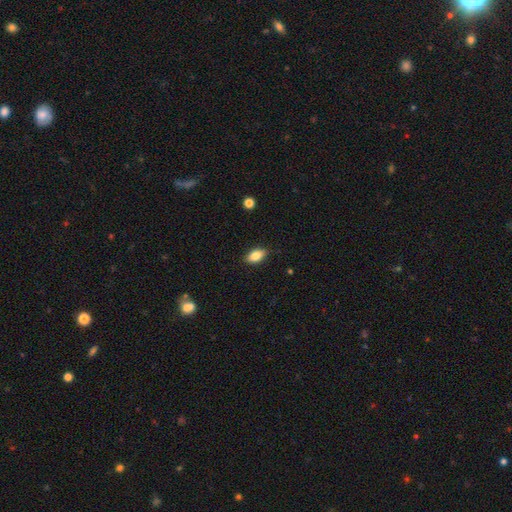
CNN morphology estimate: This appears to be a smooth galaxy with no disk features (81%) that is in between round and cigar-shaped (89%). Merging: none (86%).